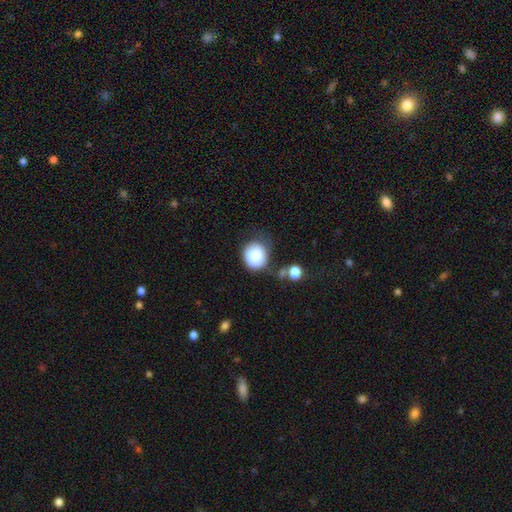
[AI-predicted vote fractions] The model was most divided on "merging": none: 52%, minor disturbance: 27%, major disturbance: 12%, merger: 10%. More confident: smooth or featured — smooth (81%); how rounded — round (78%).